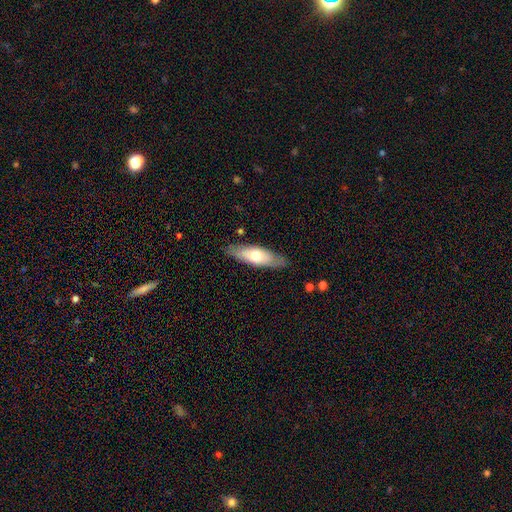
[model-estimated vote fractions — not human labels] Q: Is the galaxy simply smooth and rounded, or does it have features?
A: smooth — 58%.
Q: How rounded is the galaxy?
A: in between — 57%.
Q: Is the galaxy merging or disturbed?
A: none — 83%.